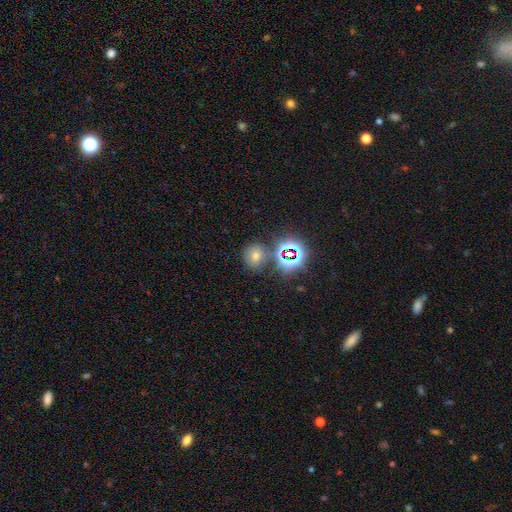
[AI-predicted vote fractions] Smooth or featured?
  - smooth: 50% *
  - star or artifact: 38%
  - featured or disk: 12%
Merging?
  - none: 74% *
  - merger: 11%
  - minor disturbance: 10%
  - major disturbance: 4%